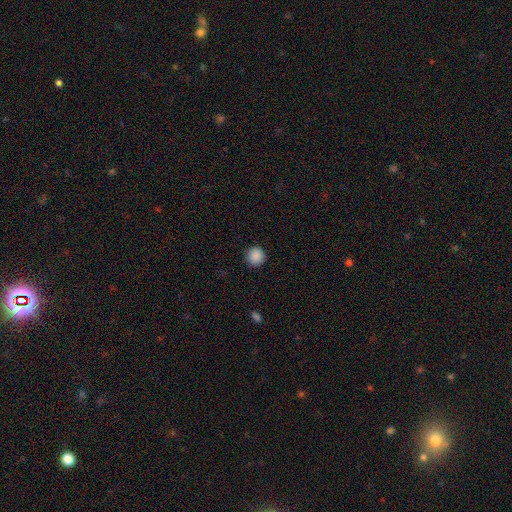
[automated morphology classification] type=smooth (89%); roundness=round (94%); merging=none (92%).